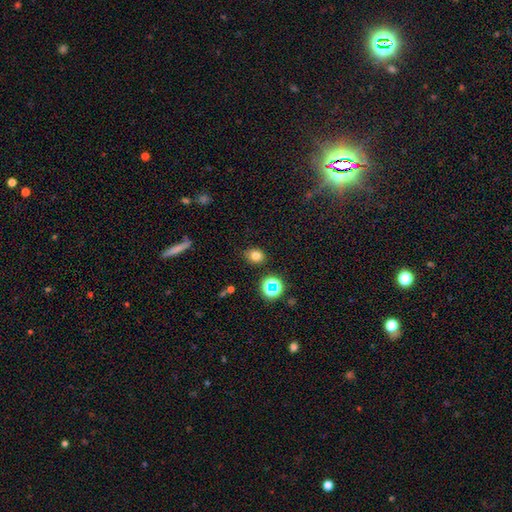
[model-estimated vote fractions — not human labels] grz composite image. It shows a smooth galaxy with no disk features (75%) that is round (59%). Merging: none (82%).